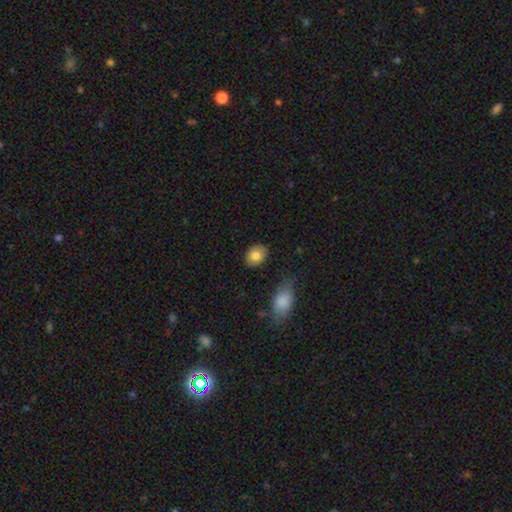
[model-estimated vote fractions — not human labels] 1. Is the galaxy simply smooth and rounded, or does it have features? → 82% smooth, 11% featured or disk, 8% star or artifact.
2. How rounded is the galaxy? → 60% in between, 39% round, 1% cigar-shaped.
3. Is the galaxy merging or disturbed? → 83% none, 12% minor disturbance, 3% major disturbance, 2% merger.